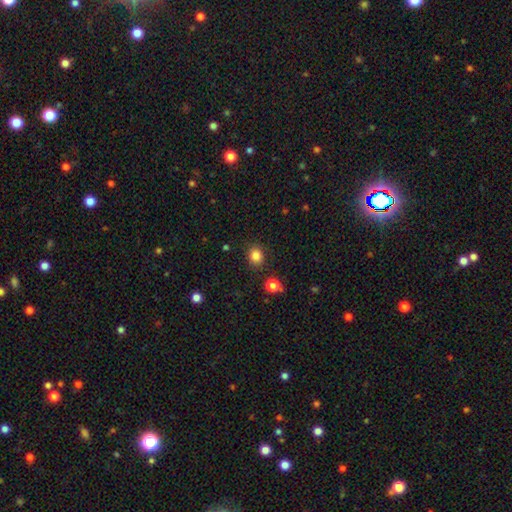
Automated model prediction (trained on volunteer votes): smooth 84%, star or artifact 12%, featured or disk 4%. Down the decision tree: how rounded — round (70%); merging — none (86%).